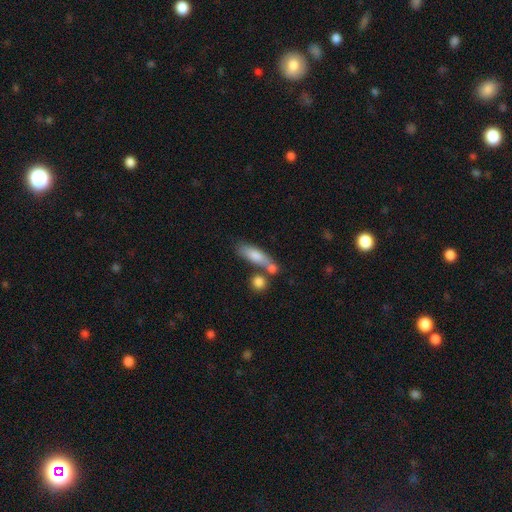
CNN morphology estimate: Smooth or featured: smooth — 75% (featured or disk — 19%)
How rounded: in between — 50% (cigar-shaped — 45%)
Merging: none — 49% (merger — 29%)